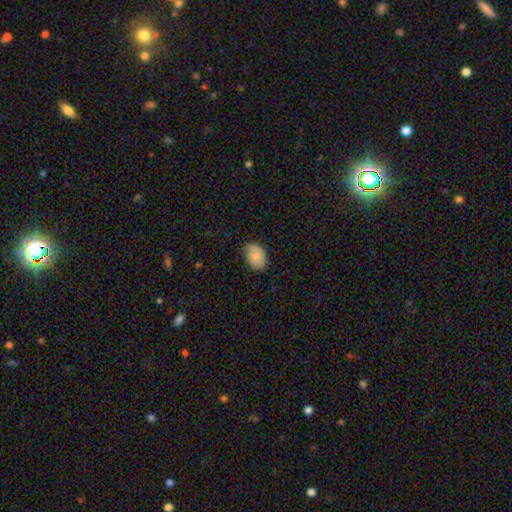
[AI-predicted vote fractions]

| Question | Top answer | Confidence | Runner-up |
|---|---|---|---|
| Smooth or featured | smooth | 80% | featured or disk (12%) |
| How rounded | in between | 84% | round (15%) |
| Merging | none | 72% | minor disturbance (23%) |